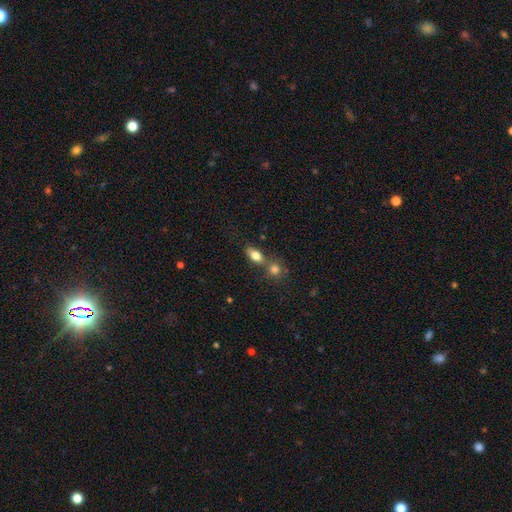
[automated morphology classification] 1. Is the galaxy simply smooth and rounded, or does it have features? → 80% smooth, 12% featured or disk, 9% star or artifact.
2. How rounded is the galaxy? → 82% in between, 11% round, 7% cigar-shaped.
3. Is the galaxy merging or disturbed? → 50% none, 36% merger, 11% minor disturbance, 4% major disturbance.